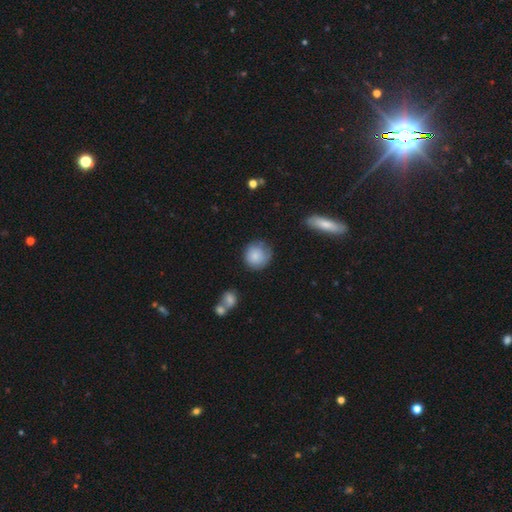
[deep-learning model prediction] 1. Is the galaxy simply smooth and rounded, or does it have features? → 81% smooth, 11% featured or disk, 8% star or artifact.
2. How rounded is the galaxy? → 89% round, 10% in between, 1% cigar-shaped.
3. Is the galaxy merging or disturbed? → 64% none, 25% minor disturbance, 8% major disturbance, 3% merger.